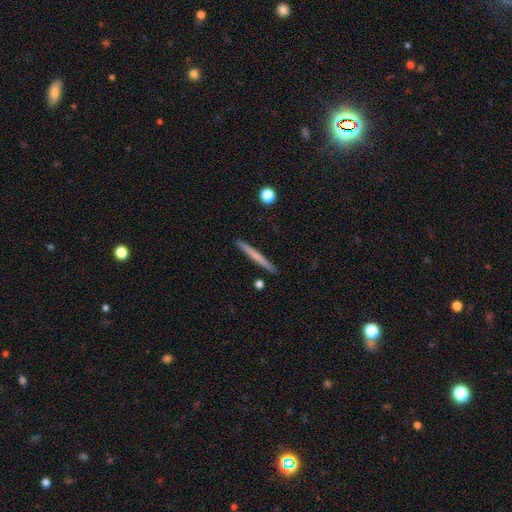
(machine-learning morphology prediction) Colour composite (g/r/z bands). It shows a smooth galaxy with no disk features (58%) that is cigar-shaped (97%). Merging: none (91%).